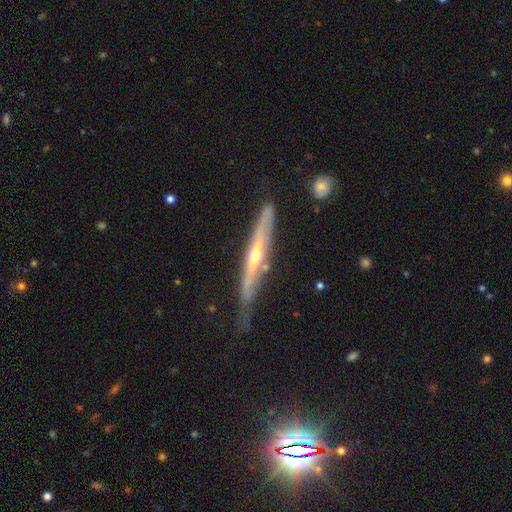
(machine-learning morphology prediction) type=featured or disk (76%); edge-on=yes (90%); edge-on bulge=rounded (74%); merging=none (66%).